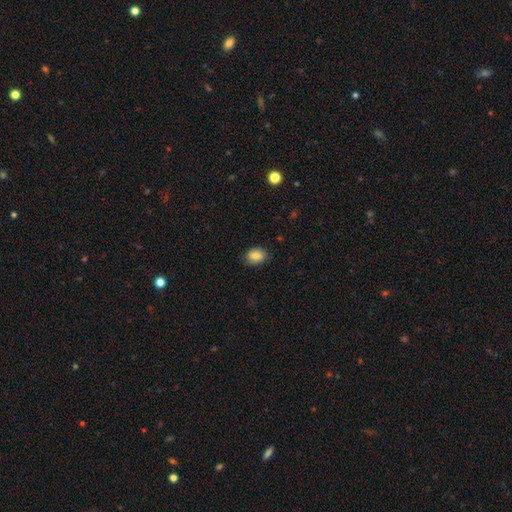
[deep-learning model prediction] smooth 80%, featured or disk 11%, star or artifact 9%. Down the decision tree: how rounded — in between (62%); merging — none (83%).